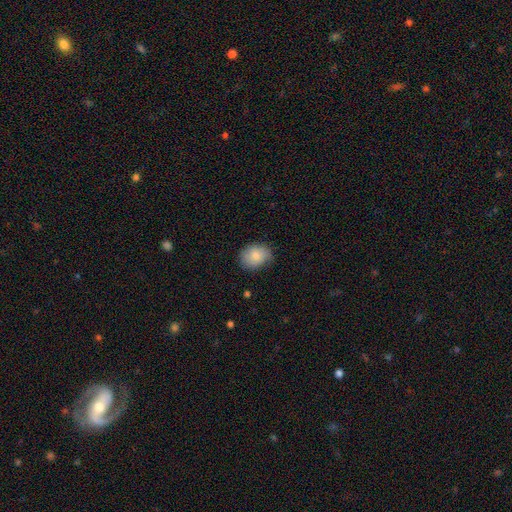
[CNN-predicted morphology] type=smooth (84%); roundness=in between (58%); merging=none (75%).